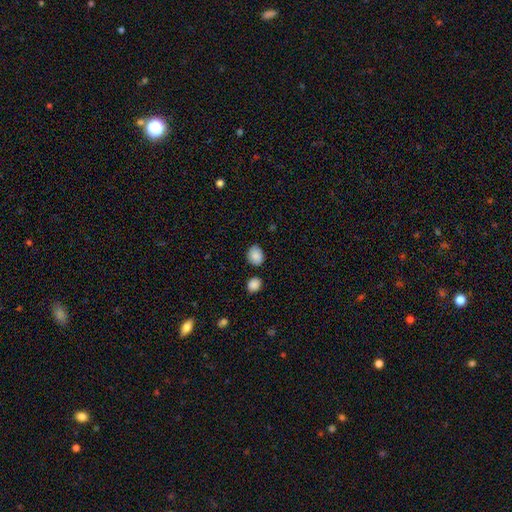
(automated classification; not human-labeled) A smooth galaxy with no disk features (87%) that is in between round and cigar-shaped (56%). Merging: none (77%).